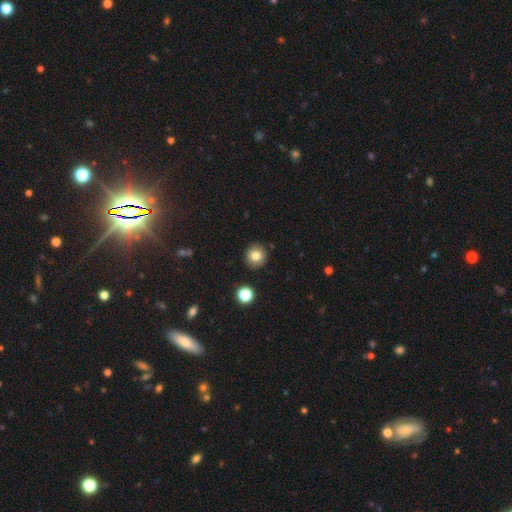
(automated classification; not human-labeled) The model was most divided on "smooth or featured": smooth: 81%, star or artifact: 11%, featured or disk: 8%. More confident: how rounded — round (92%); merging — none (90%).